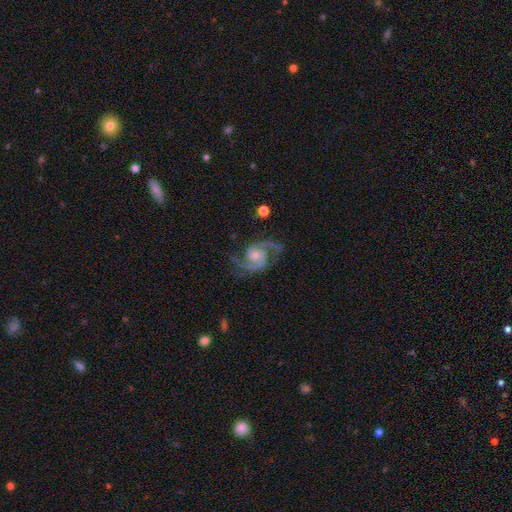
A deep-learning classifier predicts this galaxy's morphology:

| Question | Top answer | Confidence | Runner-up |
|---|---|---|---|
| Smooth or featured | featured or disk | 93% | star or artifact (4%) |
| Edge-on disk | no | 98% | yes (2%) |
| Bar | no | 57% | weak (35%) |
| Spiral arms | yes | 98% | no (2%) |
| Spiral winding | medium | 61% | tight (24%) |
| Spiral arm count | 2 | 89% | 3 (5%) |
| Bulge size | moderate | 50% | small (41%) |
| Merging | none | 75% | minor disturbance (16%) |